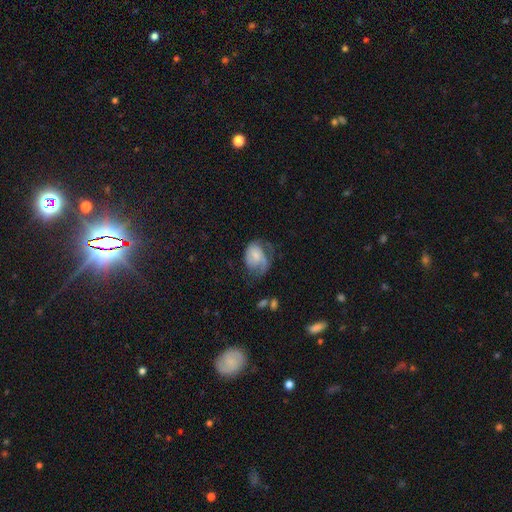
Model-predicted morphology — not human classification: smooth-or-featured: featured or disk: 52% | smooth: 41% | star or artifact: 8%
  disk-edge-on: no: 97% | yes: 3%
    bar: no: 60% | weak: 33% | strong: 7%
    has-spiral-arms: yes: 80% | no: 20%
    bulge-size: small: 43% | moderate: 29% | none: 18% | large: 7% | dominant: 2%
  merging: major disturbance: 35% | none: 34% | minor disturbance: 28% | merger: 3%